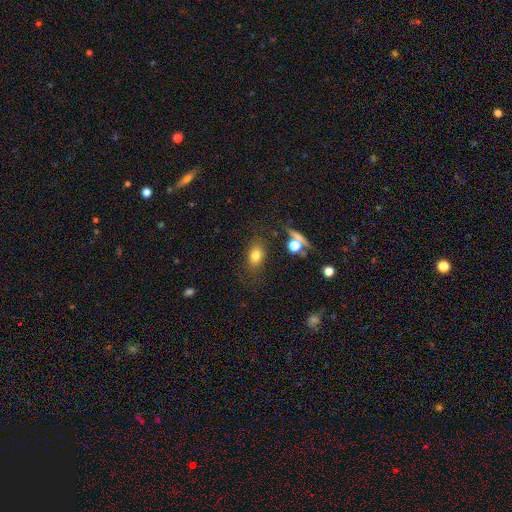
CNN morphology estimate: smooth_or_featured: smooth (p=0.74) [alt: star or artifact p=0.14]
how_rounded: in between (p=0.72) [alt: round p=0.24]
merging: none (p=0.75) [alt: minor disturbance p=0.14]